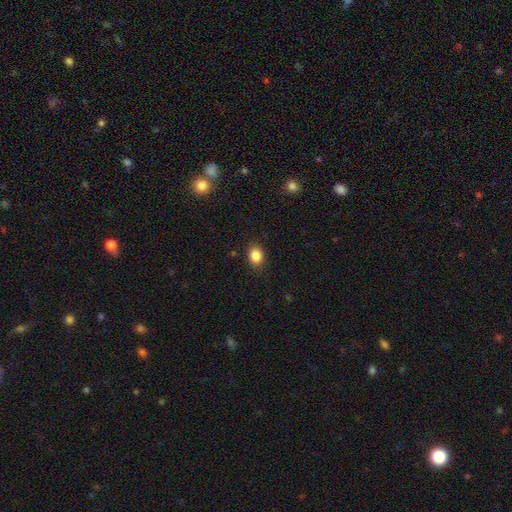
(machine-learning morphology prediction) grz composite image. It shows a smooth galaxy with no disk features (87%) that is in between round and cigar-shaped (64%). Merging: none (88%).